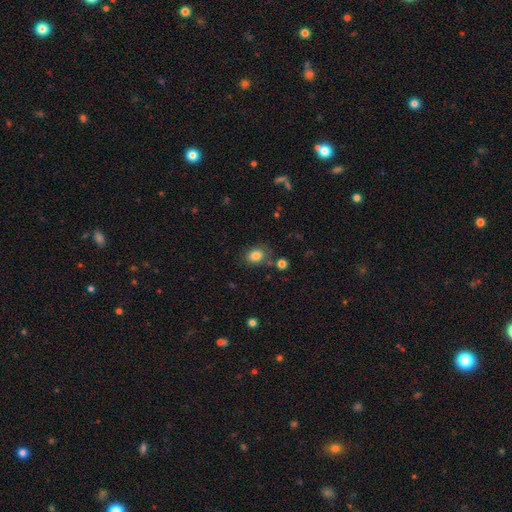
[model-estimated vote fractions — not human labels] Q: Smooth or featured?
A: smooth (83%); runner-up: star or artifact (10%)
Q: How rounded?
A: in between (53%); runner-up: round (46%)
Q: Merging?
A: none (75%); runner-up: minor disturbance (14%)